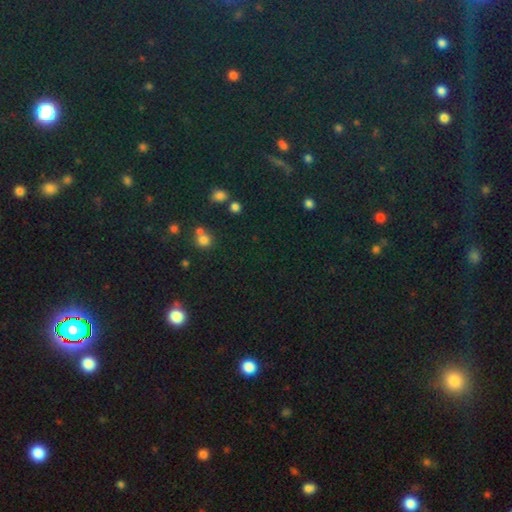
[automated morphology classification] Overall: star or artifact (71%).